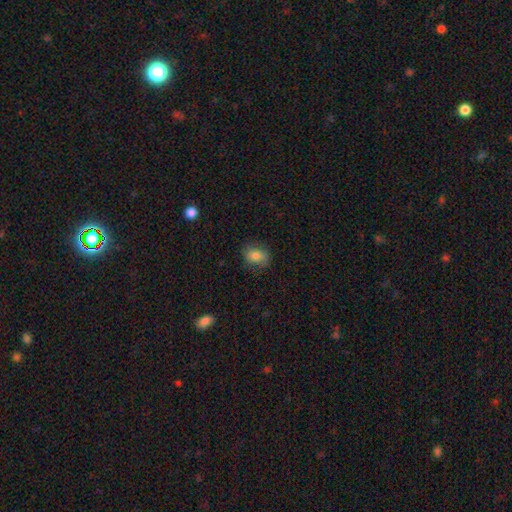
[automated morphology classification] Smooth or featured? Predicted: smooth (p=0.78). How rounded? Predicted: in between (p=0.62). Merging? Predicted: none (p=0.77).